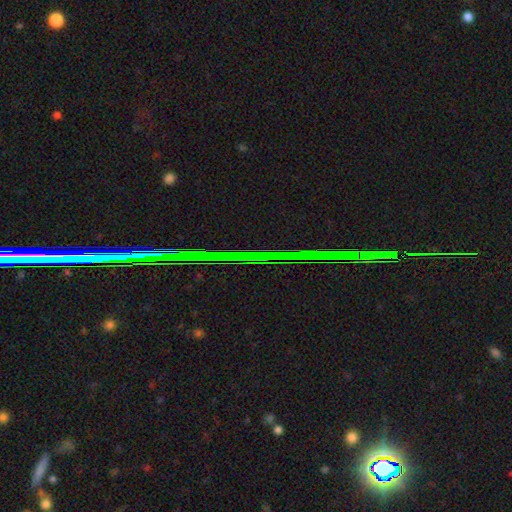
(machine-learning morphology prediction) Smooth or featured? Predicted: star or artifact (p=0.83).